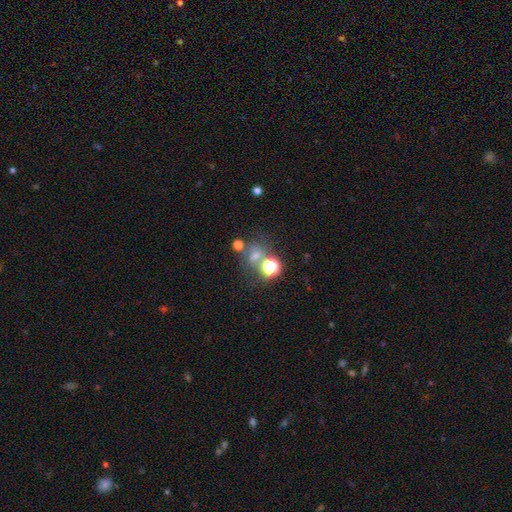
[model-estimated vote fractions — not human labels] smooth_or_featured: star or artifact (p=0.45) [alt: smooth p=0.42]